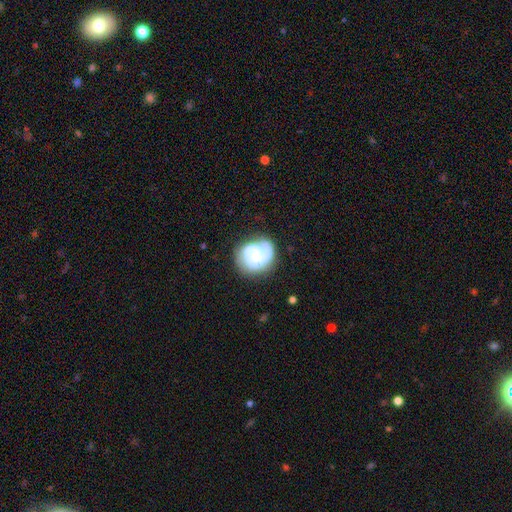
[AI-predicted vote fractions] Smooth or featured?
  - featured or disk: 88% *
  - smooth: 8%
  - star or artifact: 4%
Edge-on disk?
  - no: 98% *
  - yes: 2%
Bar?
  - no: 54% *
  - weak: 36%
  - strong: 9%
Spiral arms?
  - yes: 98% *
  - no: 2%
Spiral winding?
  - tight: 50% *
  - medium: 42%
  - loose: 8%
Spiral arm count?
  - 2: 73% *
  - 1: 10%
  - 3: 9%
  - can't tell: 5%
  - 4: 2%
  - more than 4: 2%
Bulge size?
  - small: 56% *
  - moderate: 28%
  - none: 12%
  - large: 3%
  - dominant: 1%
Merging?
  - none: 75% *
  - minor disturbance: 16%
  - major disturbance: 7%
  - merger: 2%